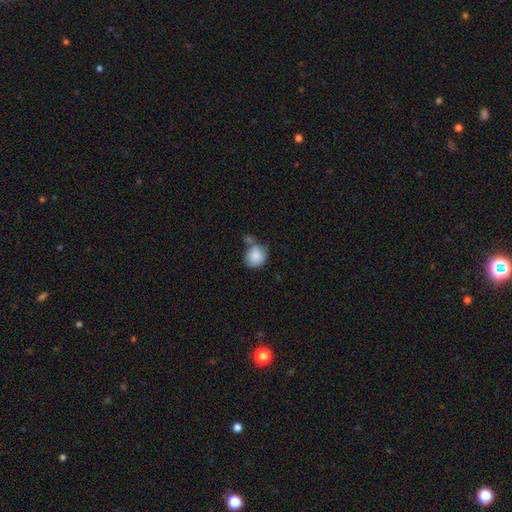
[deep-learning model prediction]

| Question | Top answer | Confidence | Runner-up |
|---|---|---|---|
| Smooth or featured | smooth | 86% | star or artifact (7%) |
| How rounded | round | 76% | in between (23%) |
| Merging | none | 45% | merger (25%) |